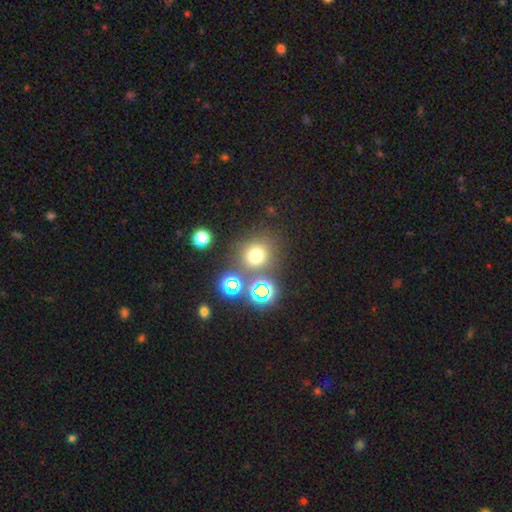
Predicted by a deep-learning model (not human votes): Smooth or featured? Predicted: smooth (p=0.66). How rounded? Predicted: round (p=0.87). Merging? Predicted: none (p=0.72).